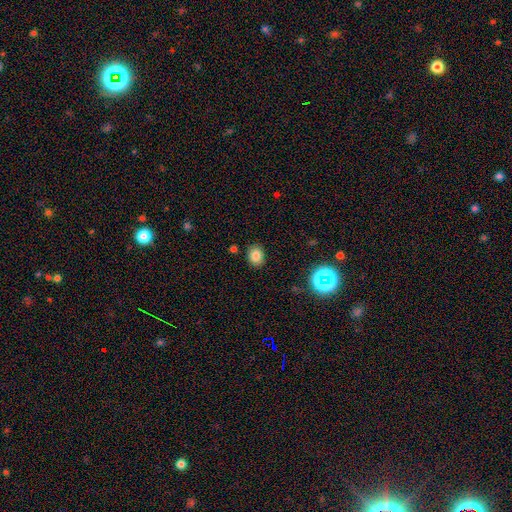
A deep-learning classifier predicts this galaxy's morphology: smooth_or_featured: smooth (p=0.81) [alt: star or artifact p=0.13]
how_rounded: in between (p=0.51) [alt: round p=0.48]
merging: none (p=0.87) [alt: minor disturbance p=0.09]